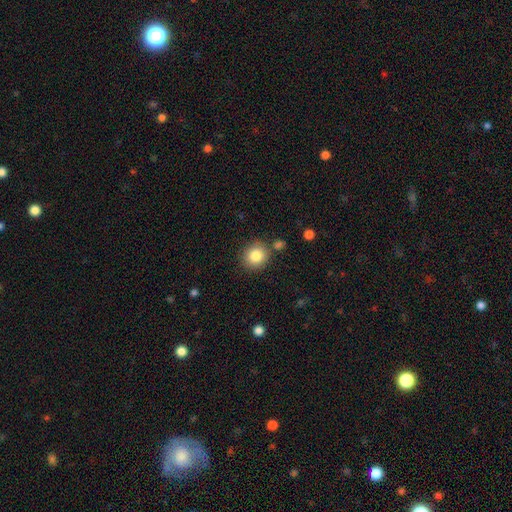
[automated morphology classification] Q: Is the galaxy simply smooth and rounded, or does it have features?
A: smooth — 84%.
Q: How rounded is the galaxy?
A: round — 85%.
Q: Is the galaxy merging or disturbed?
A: none — 81%.